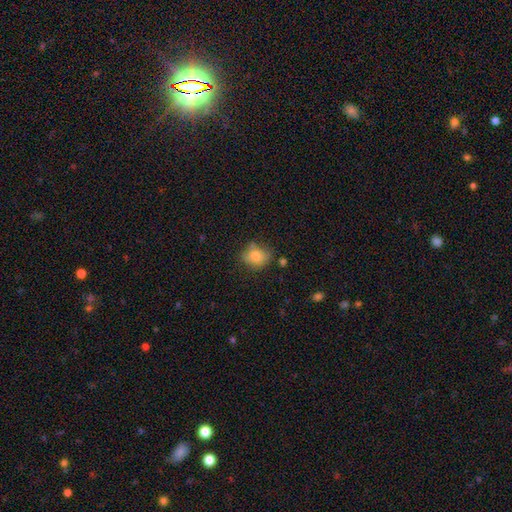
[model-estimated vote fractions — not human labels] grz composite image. It shows a smooth galaxy with no disk features (78%) that is in between round and cigar-shaped (50%). Merging: none (66%).